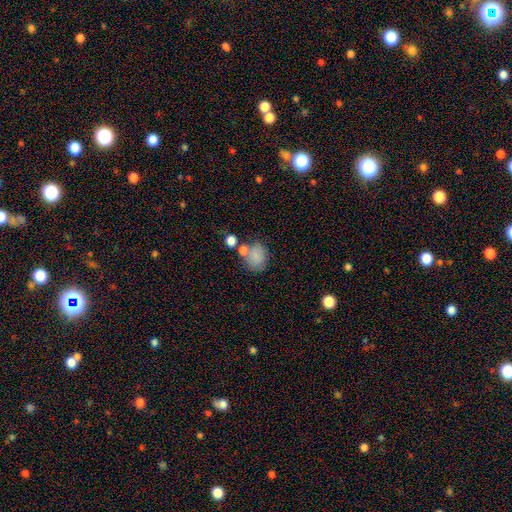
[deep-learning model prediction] Smooth or featured? smooth (79%)
How rounded? round (53%)
Merging? none (52%)